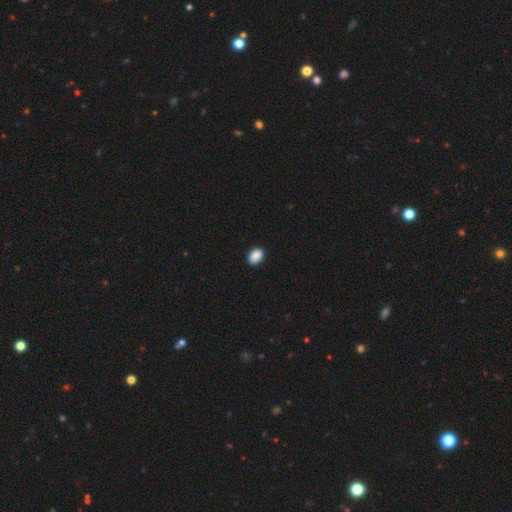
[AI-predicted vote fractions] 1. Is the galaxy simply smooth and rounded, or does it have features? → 90% smooth, 8% star or artifact, 3% featured or disk.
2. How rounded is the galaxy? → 82% in between, 17% round, 1% cigar-shaped.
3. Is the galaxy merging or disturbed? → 89% none, 8% minor disturbance, 2% major disturbance, 1% merger.